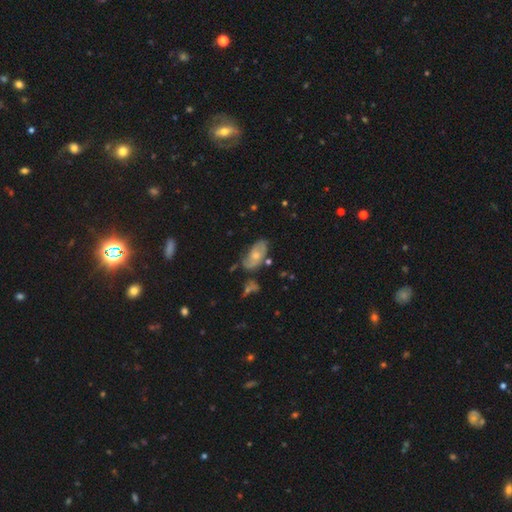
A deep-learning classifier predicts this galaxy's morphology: A featured or disk galaxy (53%).

Vote fractions:
- Smooth or featured? featured or disk: 53% / smooth: 39% / star or artifact: 7%
- Edge-on disk? no: 92% / yes: 8%
- Merging? none: 55% / minor disturbance: 27% / major disturbance: 11% / merger: 7%